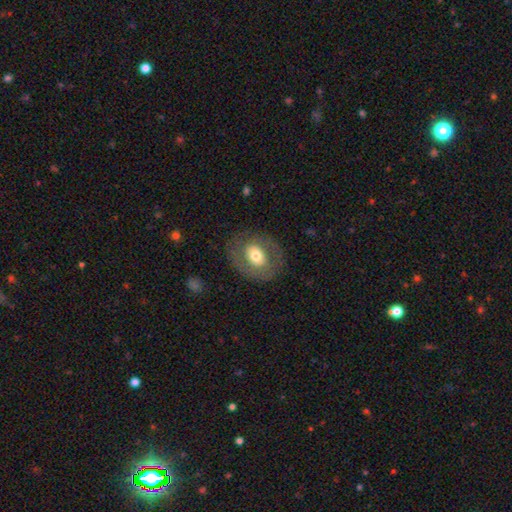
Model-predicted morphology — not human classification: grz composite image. It shows a smooth galaxy with no disk features (51%) that is in between round and cigar-shaped (57%). Merging: none (78%).